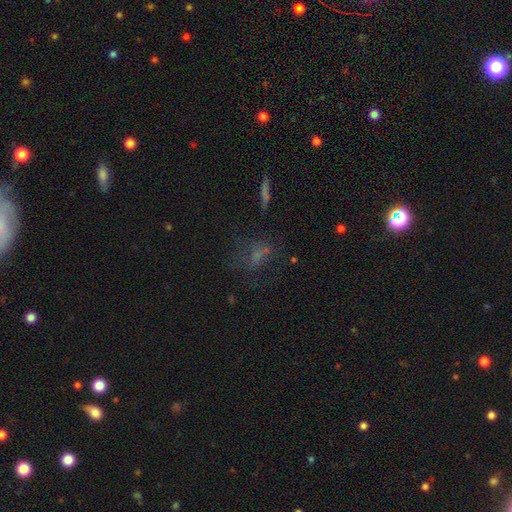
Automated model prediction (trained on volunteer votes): smooth 45%, star or artifact 28%, featured or disk 27%. Down the decision tree: merging — none (50%).